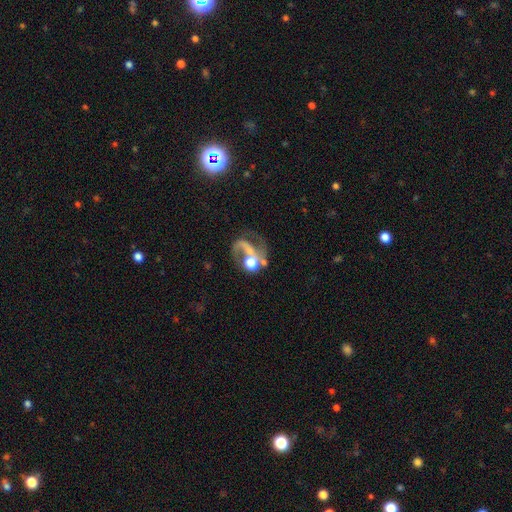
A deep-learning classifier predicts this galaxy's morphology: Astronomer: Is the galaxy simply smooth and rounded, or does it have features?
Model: featured or disk — 64%.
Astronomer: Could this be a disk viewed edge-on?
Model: no — 97%.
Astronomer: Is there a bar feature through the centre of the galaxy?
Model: no — 61%.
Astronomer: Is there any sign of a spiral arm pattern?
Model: yes — 76%.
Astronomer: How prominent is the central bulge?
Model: moderate — 44%.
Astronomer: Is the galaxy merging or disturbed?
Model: major disturbance — 31% (runner-up: none, 30%).